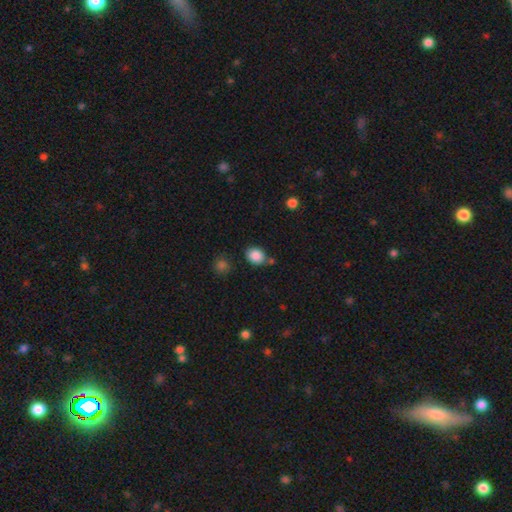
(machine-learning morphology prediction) This is clearly a smooth galaxy (87%). How rounded: possibly in between (55%). Merging: likely none (72%).